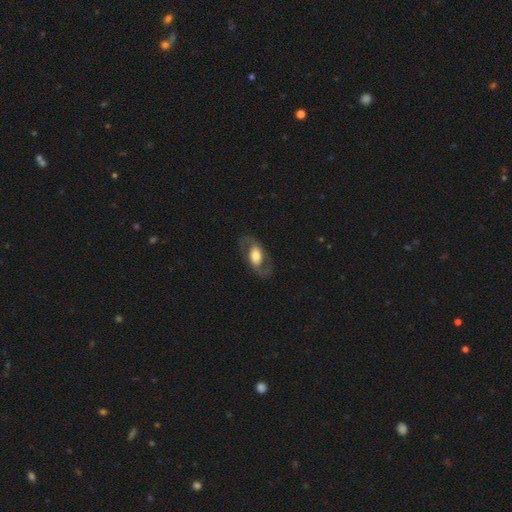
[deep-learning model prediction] Smooth or featured? Predicted: featured or disk (p=0.73). Edge-on disk? Predicted: no (p=0.93). Bar? Predicted: no (p=0.48). Spiral arms? Predicted: yes (p=0.82). Spiral winding? Predicted: medium (p=0.49). Spiral arm count? Predicted: 2 (p=0.91). Bulge size? Predicted: moderate (p=0.50). Merging? Predicted: none (p=0.78).